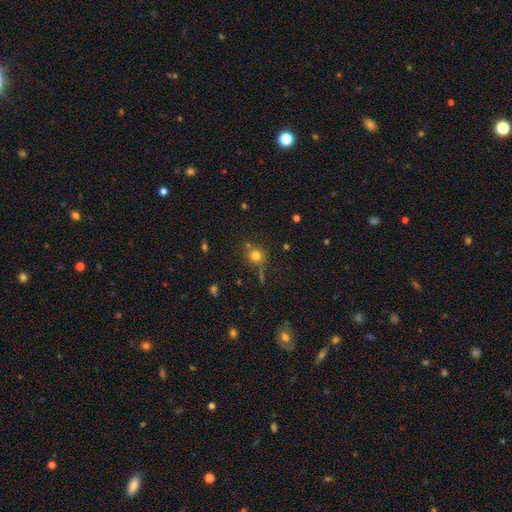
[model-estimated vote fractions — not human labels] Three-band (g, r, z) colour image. It shows a smooth galaxy with no disk features (75%) that is round (88%). Merging: none (72%).